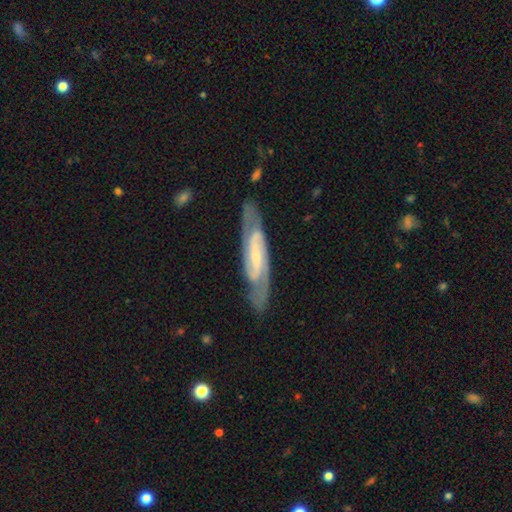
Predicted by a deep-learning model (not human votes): smooth-or-featured: featured or disk: 85% | smooth: 11% | star or artifact: 5%
  disk-edge-on: no: 83% | yes: 17%
    bar: strong: 40% (tied) | weak: 40% (tied) | no: 20%
    has-spiral-arms: yes: 95% | no: 5%
      spiral-winding: medium: 48% | tight: 38% | loose: 13%
      spiral-arm-count: 2: 86% | can't tell: 8% | 3: 3% | 1: 1% | 4: 1% | more than 4: 1%
    bulge-size: small: 63% | moderate: 21% | none: 12% | large: 3% | dominant: 1%
  merging: none: 80% | minor disturbance: 14% | major disturbance: 4% | merger: 2%